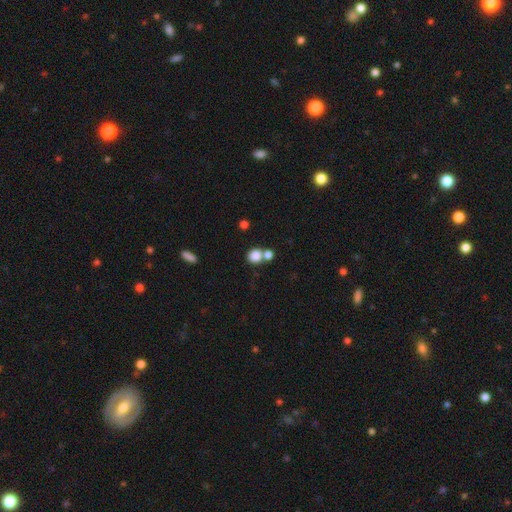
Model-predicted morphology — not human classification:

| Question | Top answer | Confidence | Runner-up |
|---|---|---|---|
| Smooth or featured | smooth | 83% | star or artifact (10%) |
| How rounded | round | 84% | in between (15%) |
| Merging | none | 51% | merger (38%) |